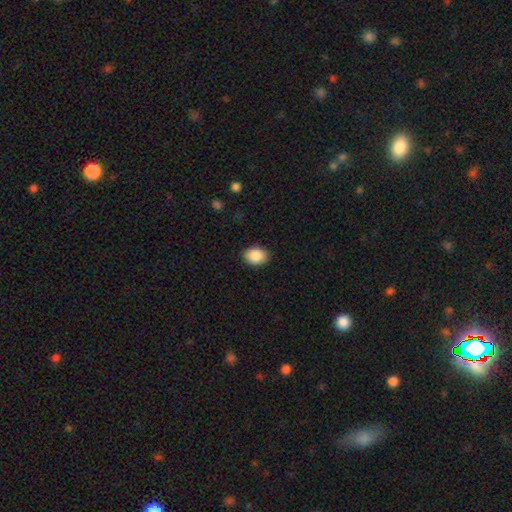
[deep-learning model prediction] Smooth or featured? smooth (88%)
How rounded? in between (76%)
Merging? none (89%)